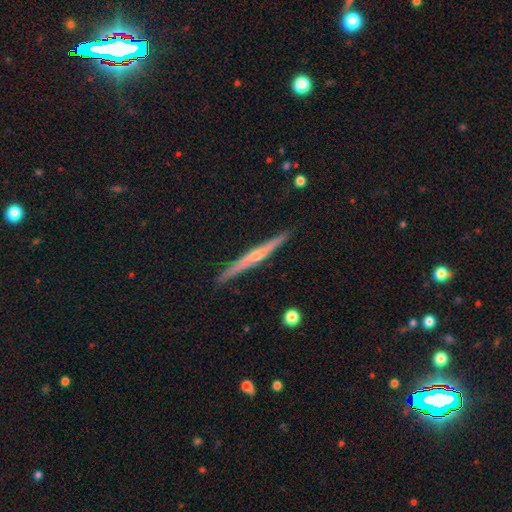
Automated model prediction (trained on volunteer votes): Morphology: type=featured or disk (69%); edge-on=yes (98%); edge-on bulge=rounded (67%); merging=none (91%).